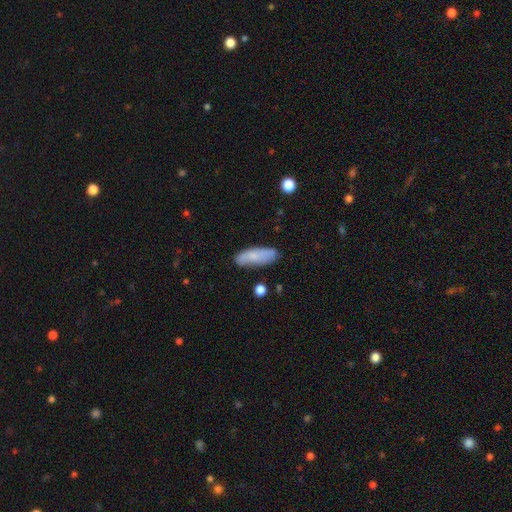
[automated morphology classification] Smooth or featured?
  - smooth: 77% *
  - featured or disk: 17%
  - star or artifact: 7%
How rounded?
  - in between: 58% *
  - cigar-shaped: 40%
  - round: 2%
Merging?
  - none: 81% *
  - minor disturbance: 15%
  - major disturbance: 3%
  - merger: 2%